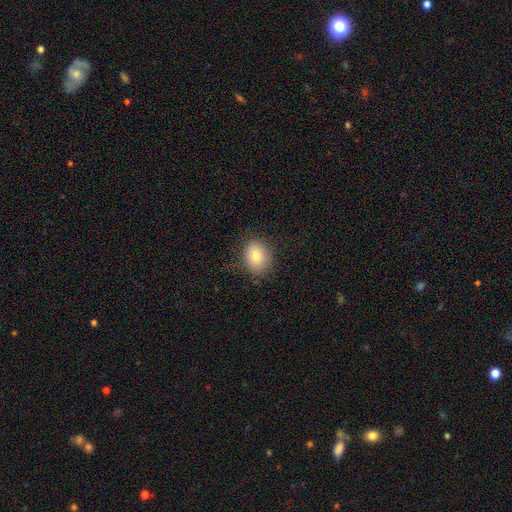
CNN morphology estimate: A smooth galaxy with no disk features (80%) that is round (50%).

Vote fractions:
- Smooth or featured? smooth: 80% / featured or disk: 11% / star or artifact: 10%
- How rounded? round: 50% / in between: 49% / cigar-shaped: 1%
- Merging? none: 82% / minor disturbance: 13% / major disturbance: 4% / merger: 1%